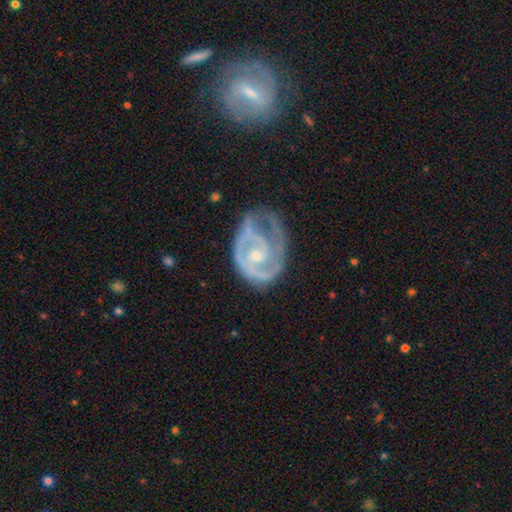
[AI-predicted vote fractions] featured or disk 86%, smooth 9%, star or artifact 5%. Down the decision tree: edge-on disk — no (98%); bar — no (65%); spiral arms — yes (93%); spiral arm count — 2 (53%); spiral winding — tight (55%); bulge size — small (58%); merging — none (41%).